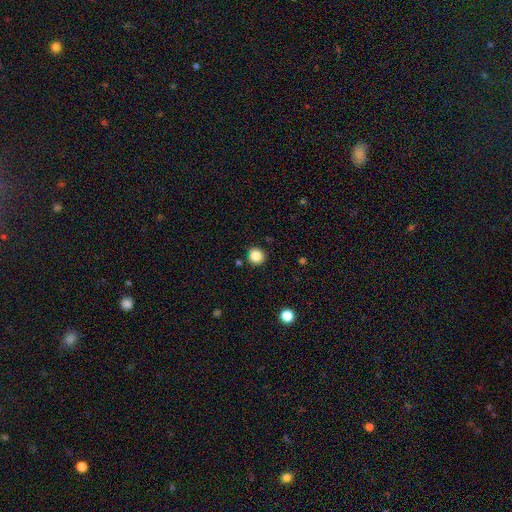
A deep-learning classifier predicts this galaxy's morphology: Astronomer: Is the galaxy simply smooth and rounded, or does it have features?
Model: smooth — 85%.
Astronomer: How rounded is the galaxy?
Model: round — 92%.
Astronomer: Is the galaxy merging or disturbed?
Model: none — 89%.